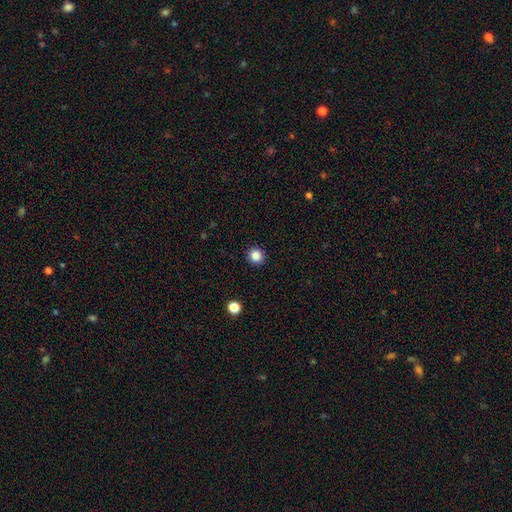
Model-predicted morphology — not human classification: Smooth or featured?
  - smooth: 86% *
  - star or artifact: 11%
  - featured or disk: 3%
How rounded?
  - round: 92% *
  - in between: 7%
  - cigar-shaped: 1%
Merging?
  - none: 92% *
  - minor disturbance: 5%
  - major disturbance: 2%
  - merger: 1%